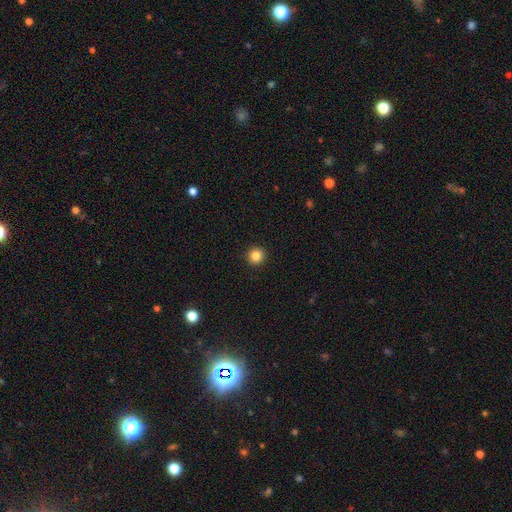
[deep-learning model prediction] This appears to be a smooth galaxy with no disk features (85%) that is round (96%). Merging: none (93%).